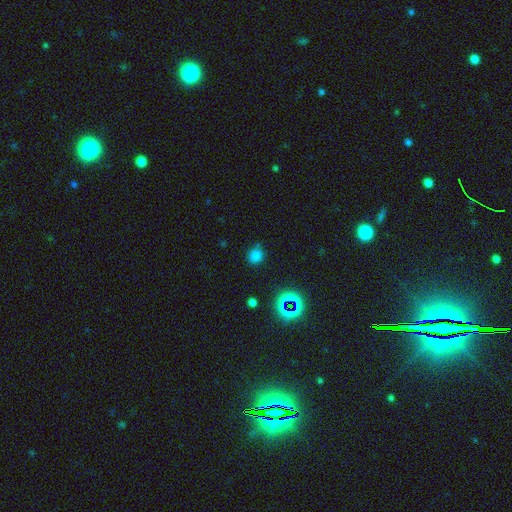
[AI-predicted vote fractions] Morphology: type=smooth (73%); roundness=round (78%); merging=none (78%).